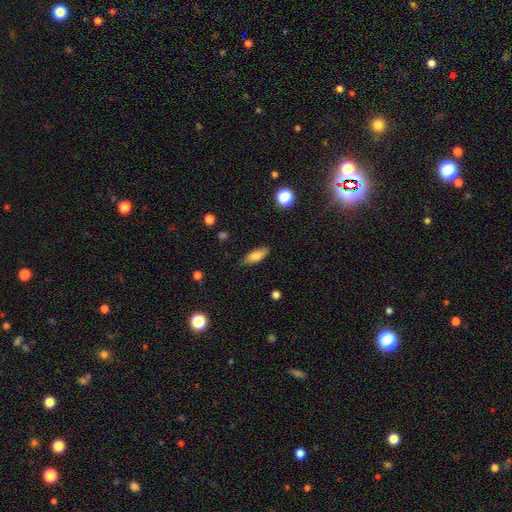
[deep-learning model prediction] Morphology: type=smooth (75%); roundness=in between (75%); merging=none (79%).